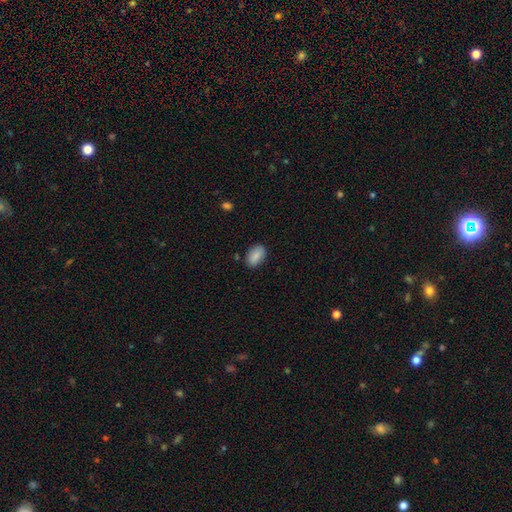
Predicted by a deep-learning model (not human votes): The model was most divided on "merging": none: 84%, minor disturbance: 11%, major disturbance: 2%, merger: 2%. More confident: how rounded — in between (91%); smooth or featured — smooth (85%).